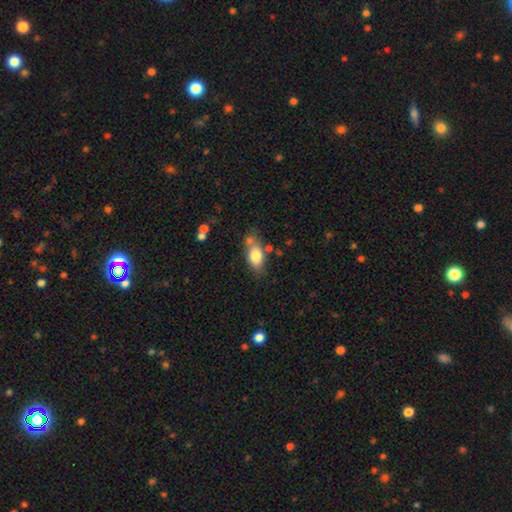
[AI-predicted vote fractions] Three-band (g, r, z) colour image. It shows a smooth galaxy with no disk features (79%) that is in between round and cigar-shaped (86%). Merging: none (57%).